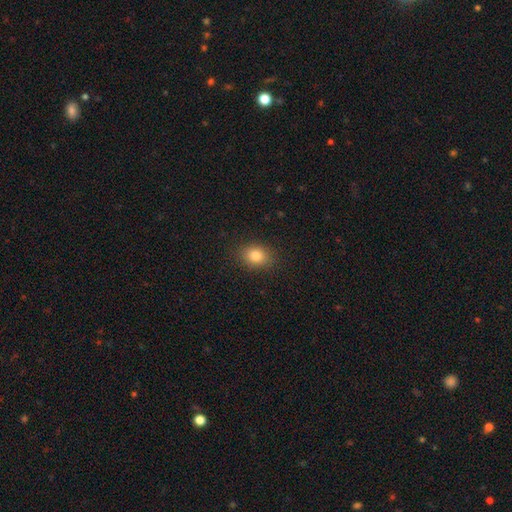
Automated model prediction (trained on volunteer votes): Smooth or featured? smooth (82%)
How rounded? in between (57%)
Merging? none (88%)